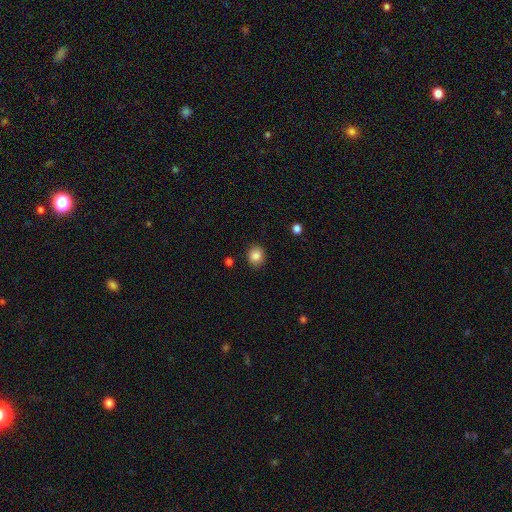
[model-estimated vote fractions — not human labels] smooth_or_featured: smooth (p=0.86) [alt: star or artifact p=0.10]
how_rounded: round (p=0.80) [alt: in between p=0.19]
merging: none (p=0.88) [alt: minor disturbance p=0.08]